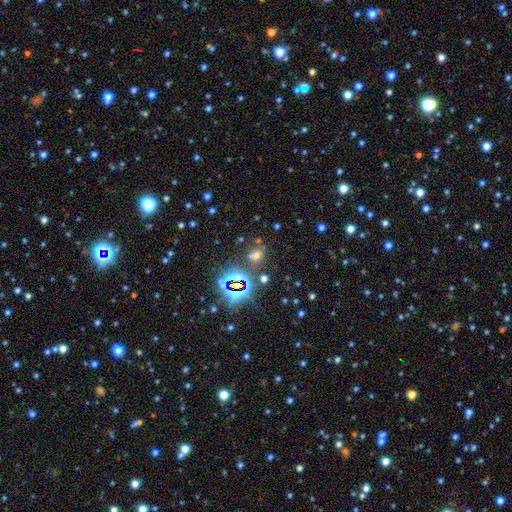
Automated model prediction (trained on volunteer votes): Smooth or featured? star or artifact (49%)